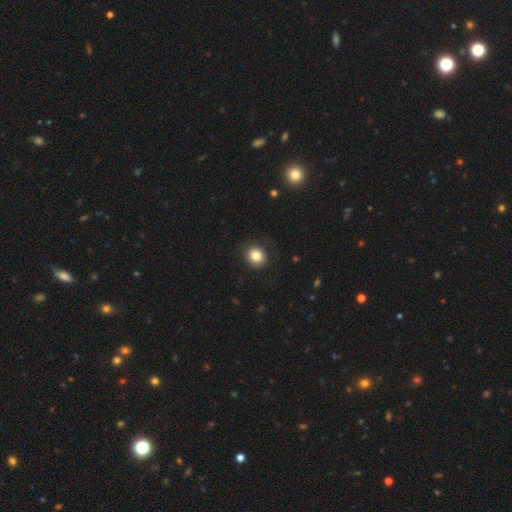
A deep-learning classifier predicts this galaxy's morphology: The model was most divided on "smooth or featured": smooth: 83%, star or artifact: 10%, featured or disk: 6%. More confident: merging — none (89%); how rounded — round (87%).